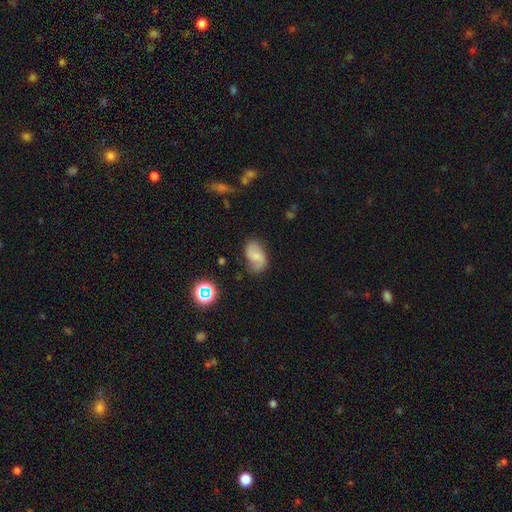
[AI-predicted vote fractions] The model was most divided on "smooth or featured": smooth: 57%, featured or disk: 32%, star or artifact: 11%. More confident: how rounded — in between (90%); merging — none (66%).